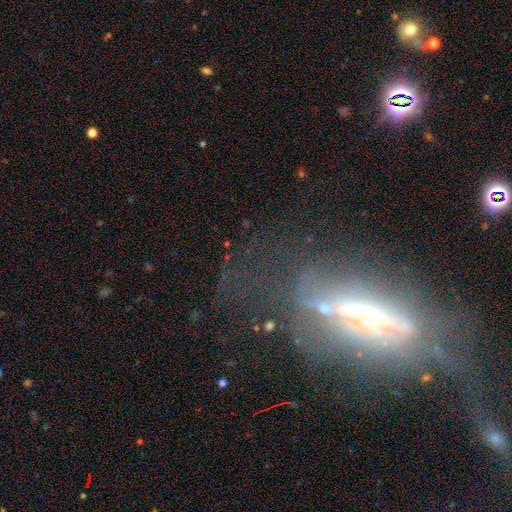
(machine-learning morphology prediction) This is likely a featured or disk galaxy (62%). It is possibly viewed edge-on (55%). Merging: marginally none (44%).